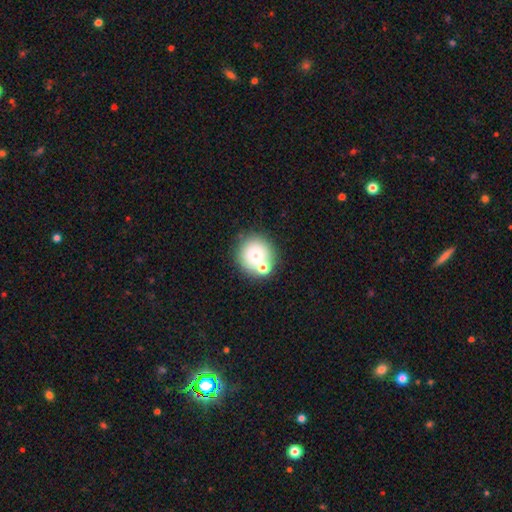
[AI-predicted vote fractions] Smooth or featured? Predicted: smooth (p=0.69). How rounded? Predicted: round (p=0.91). Merging? Predicted: none (p=0.62).